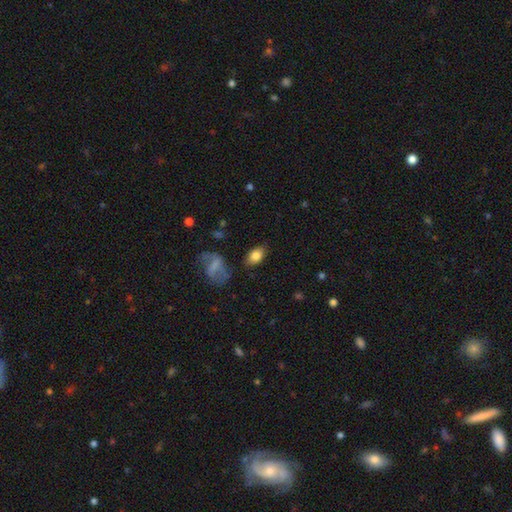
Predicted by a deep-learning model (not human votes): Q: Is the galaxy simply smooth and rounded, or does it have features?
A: smooth — 80%.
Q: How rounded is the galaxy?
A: in between — 89%.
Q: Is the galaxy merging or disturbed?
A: none — 80%.